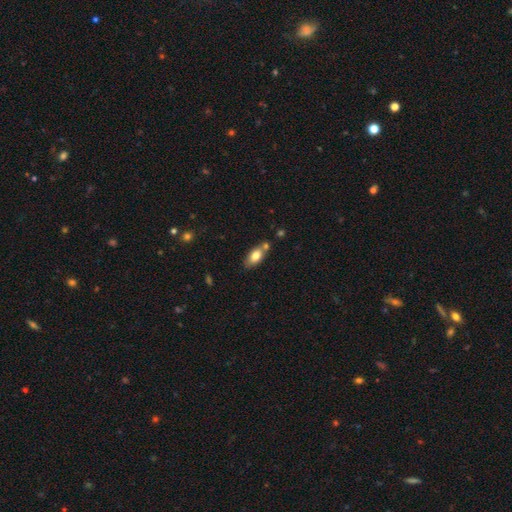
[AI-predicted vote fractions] smooth-or-featured: smooth: 76% | featured or disk: 17% | star or artifact: 8%
  how-rounded: in between: 87% | cigar-shaped: 8% | round: 5%
  merging: none: 61% | merger: 20% | minor disturbance: 15% | major disturbance: 4%